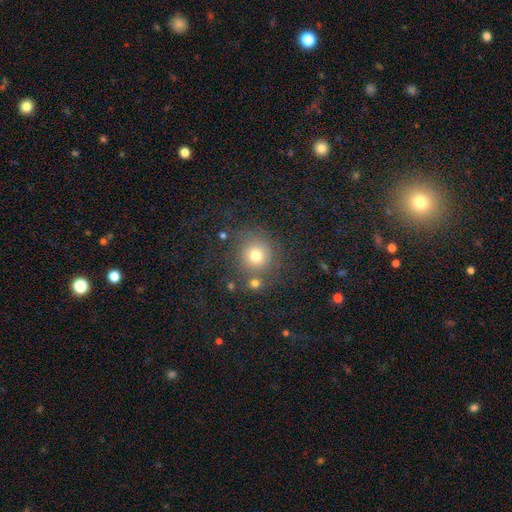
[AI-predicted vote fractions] A smooth galaxy with no disk features (72%) that is round (91%).

Vote fractions:
- Smooth or featured? smooth: 72% / star or artifact: 16% / featured or disk: 12%
- How rounded? round: 91% / in between: 8% / cigar-shaped: 1%
- Merging? none: 71% / minor disturbance: 12% / merger: 10% / major disturbance: 7%